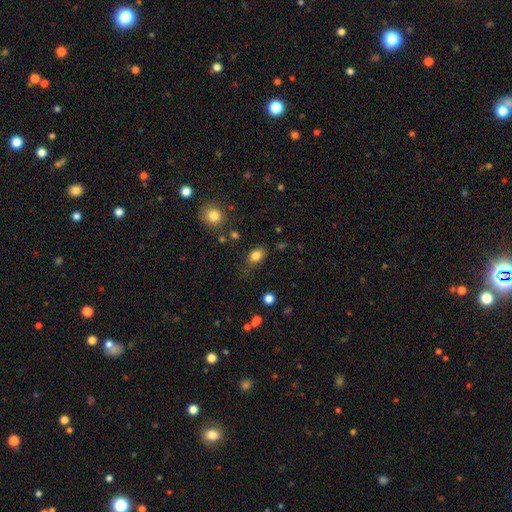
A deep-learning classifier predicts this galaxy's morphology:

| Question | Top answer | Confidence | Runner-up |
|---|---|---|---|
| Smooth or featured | smooth | 83% | star or artifact (10%) |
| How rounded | in between | 76% | round (22%) |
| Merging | none | 63% | minor disturbance (25%) |